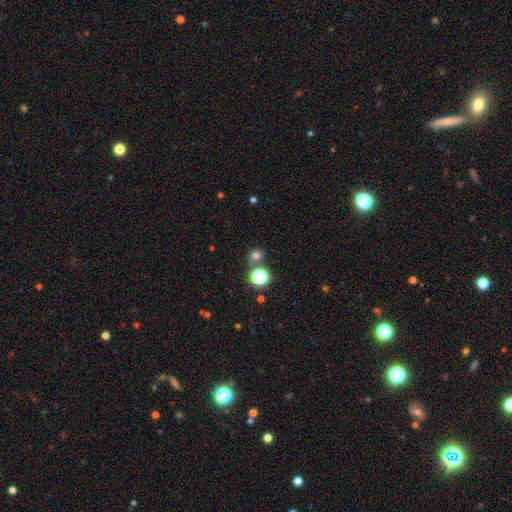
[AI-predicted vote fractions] smooth_or_featured: smooth (p=0.71) [alt: star or artifact p=0.22]
how_rounded: round (p=0.86) [alt: in between p=0.13]
merging: none (p=0.67) [alt: merger p=0.19]